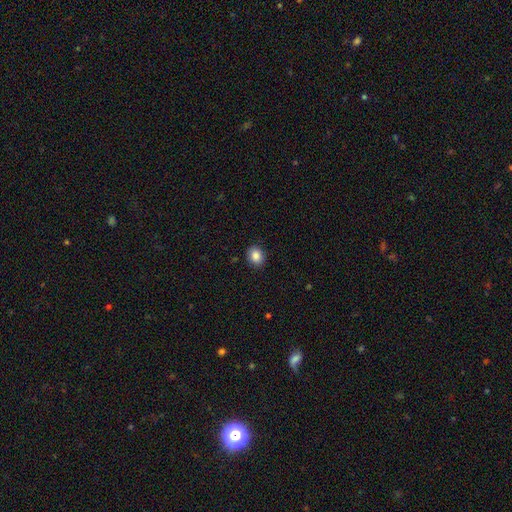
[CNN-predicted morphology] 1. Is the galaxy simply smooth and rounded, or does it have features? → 86% smooth, 9% star or artifact, 5% featured or disk.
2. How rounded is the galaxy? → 57% round, 42% in between, 1% cigar-shaped.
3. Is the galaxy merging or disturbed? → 89% none, 8% minor disturbance, 2% major disturbance, 1% merger.